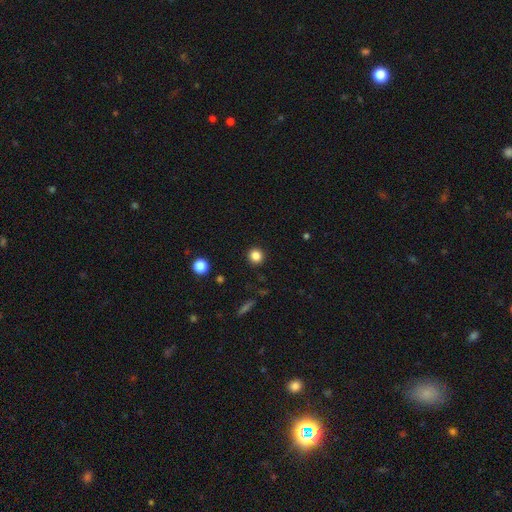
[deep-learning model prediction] Overall: smooth (84%). How rounded: round (93%). Merging: none (91%).